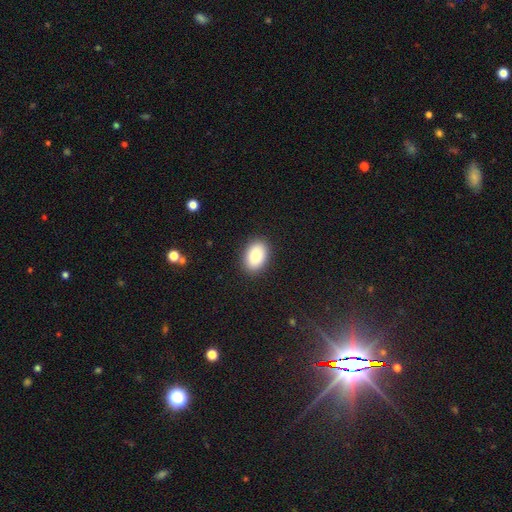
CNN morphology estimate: The model was most divided on "how rounded": in between: 87%, round: 12%, cigar-shaped: 1%. More confident: merging — none (89%); smooth or featured — smooth (86%).